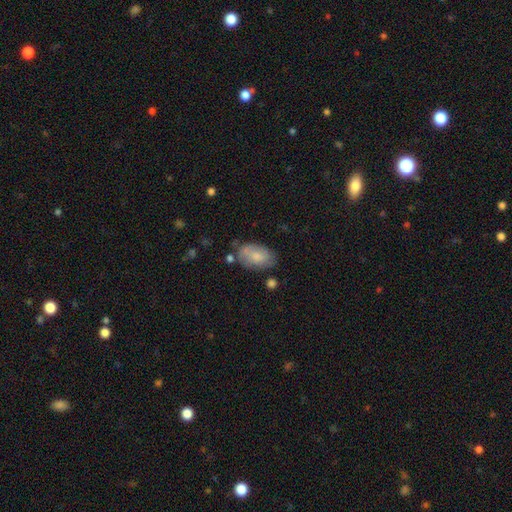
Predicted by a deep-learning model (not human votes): The model was most divided on "merging": none: 64%, minor disturbance: 24%, major disturbance: 7%, merger: 6%. More confident: how rounded — in between (92%); smooth or featured — smooth (74%).